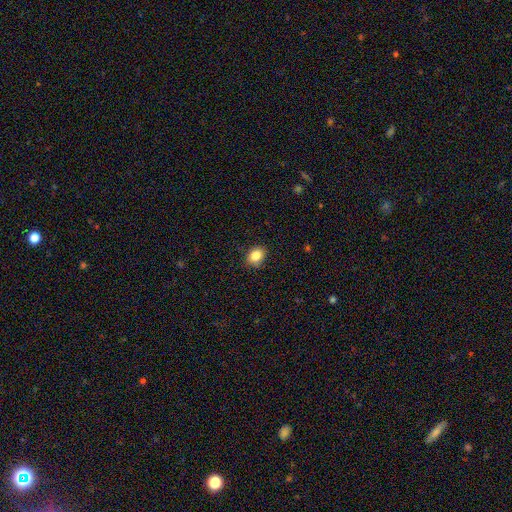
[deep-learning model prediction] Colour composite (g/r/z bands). It shows a smooth galaxy with no disk features (84%) that is round (50%). Merging: none (86%).